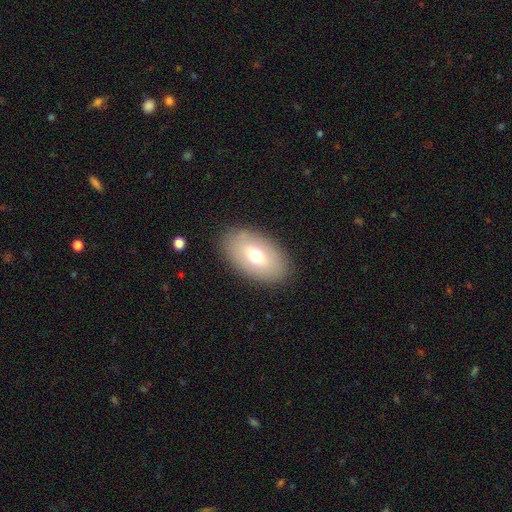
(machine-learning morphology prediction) Overall: smooth (67%). How rounded: in between (92%). Merging: none (87%).